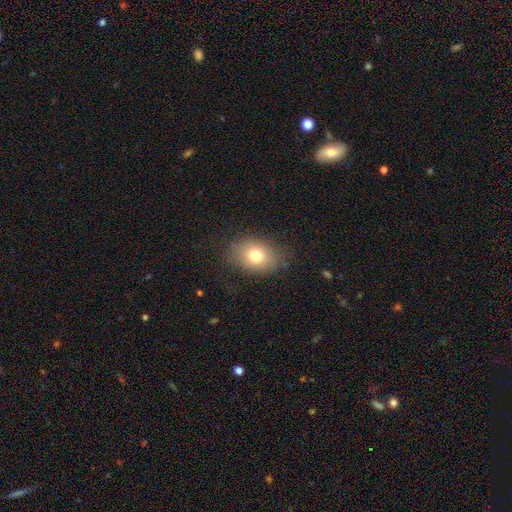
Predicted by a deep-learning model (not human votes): A smooth galaxy with no disk features (76%) that is in between round and cigar-shaped (69%). Merging: none (78%).